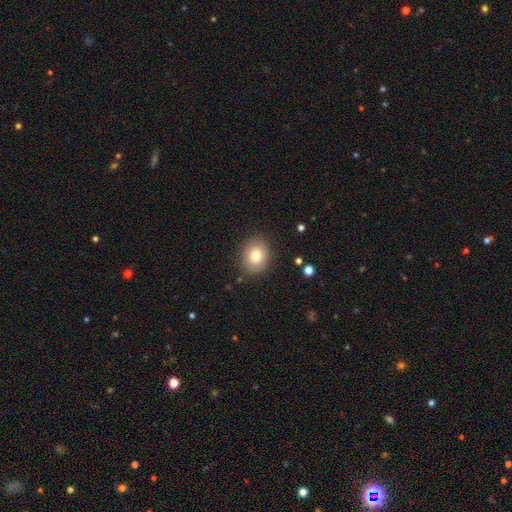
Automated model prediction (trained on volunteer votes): smooth_or_featured: smooth (p=0.80) [alt: featured or disk p=0.11]
how_rounded: round (p=0.53) [alt: in between p=0.46]
merging: none (p=0.86) [alt: minor disturbance p=0.10]